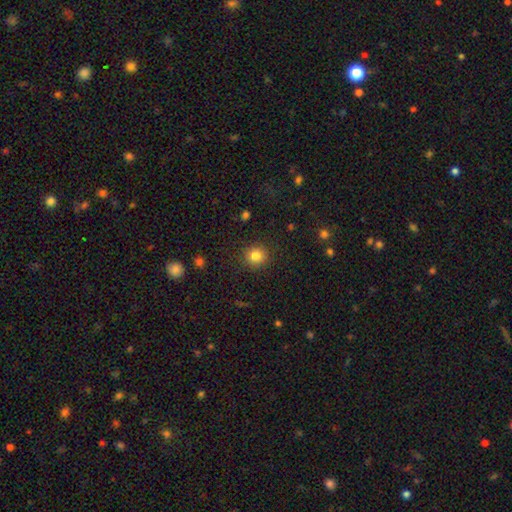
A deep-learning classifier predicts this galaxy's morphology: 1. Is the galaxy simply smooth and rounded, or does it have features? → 83% smooth, 12% star or artifact, 5% featured or disk.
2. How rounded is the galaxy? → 91% round, 8% in between, 1% cigar-shaped.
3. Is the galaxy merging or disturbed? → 90% none, 7% minor disturbance, 3% major disturbance, 1% merger.